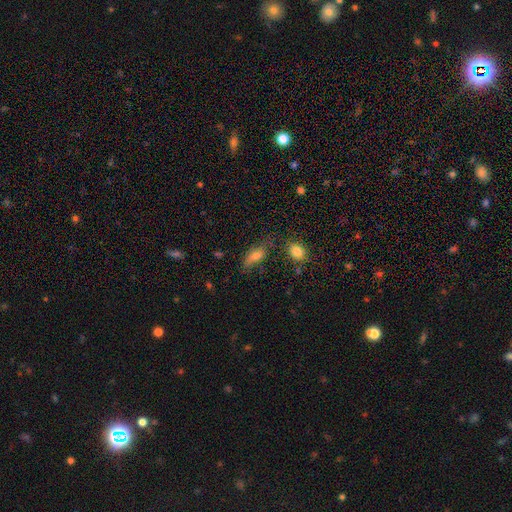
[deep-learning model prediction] A smooth galaxy with no disk features (68%) that is in between round and cigar-shaped (69%).

Vote fractions:
- Smooth or featured? smooth: 68% / featured or disk: 20% / star or artifact: 12%
- How rounded? in between: 69% / cigar-shaped: 26% / round: 5%
- Merging? none: 58% / minor disturbance: 26% / major disturbance: 11% / merger: 5%